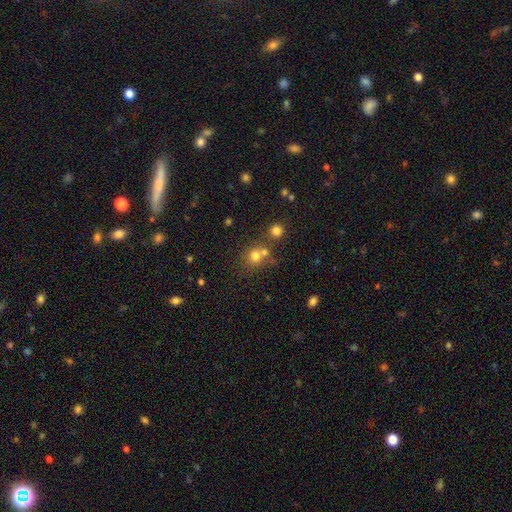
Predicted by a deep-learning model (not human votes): This is possibly a smooth galaxy (58%). How rounded: clearly round (85%). Merging: possibly none (58%).